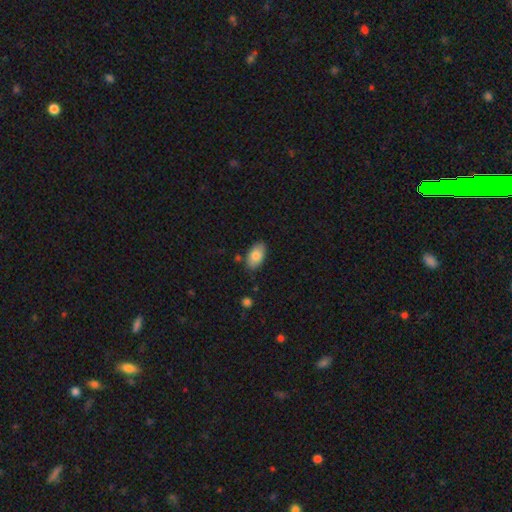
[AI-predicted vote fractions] A smooth galaxy with no disk features (81%) that is in between round and cigar-shaped (93%).

Vote fractions:
- Smooth or featured? smooth: 81% / featured or disk: 12% / star or artifact: 7%
- How rounded? in between: 93% / round: 5% / cigar-shaped: 2%
- Merging? none: 81% / minor disturbance: 14% / merger: 3% / major disturbance: 3%